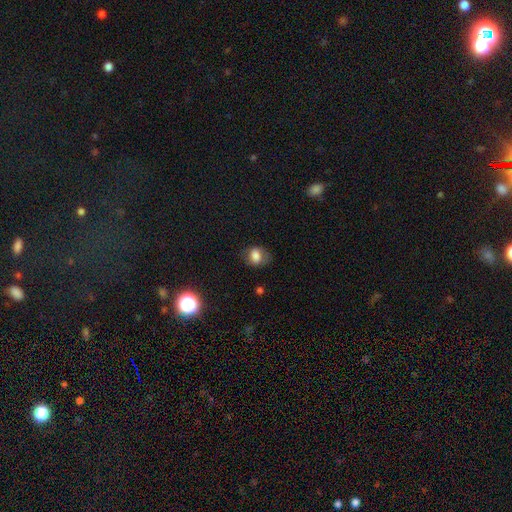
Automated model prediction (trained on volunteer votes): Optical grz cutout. It shows a smooth galaxy with no disk features (76%) that is in between round and cigar-shaped (52%). Merging: none (65%).